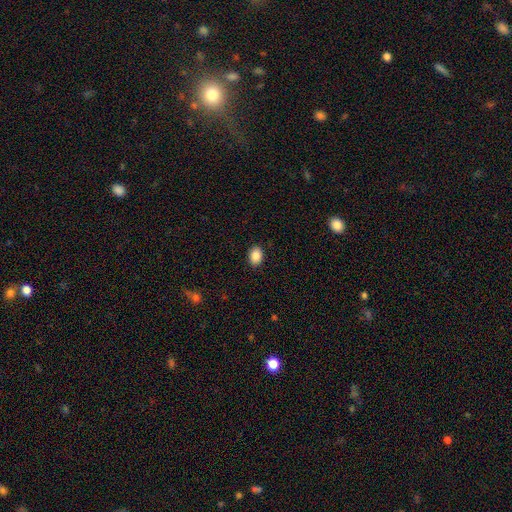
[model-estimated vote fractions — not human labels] Smooth or featured? smooth (88%)
How rounded? in between (75%)
Merging? none (90%)